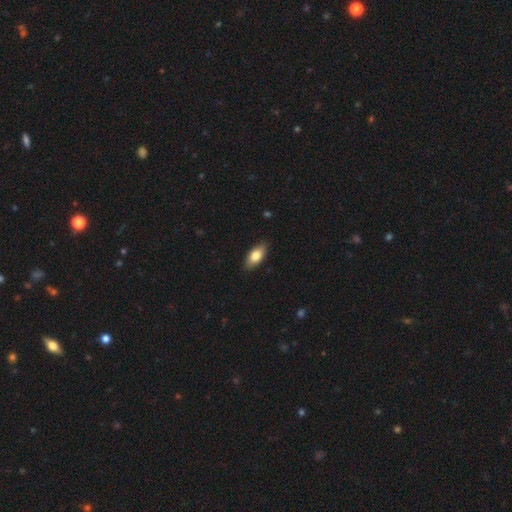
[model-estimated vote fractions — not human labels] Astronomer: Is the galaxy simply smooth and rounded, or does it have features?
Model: smooth — 80%.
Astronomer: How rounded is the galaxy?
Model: in between — 89%.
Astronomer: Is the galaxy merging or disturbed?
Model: none — 87%.